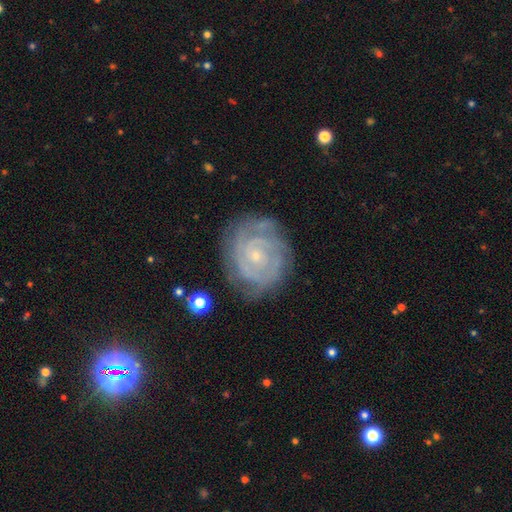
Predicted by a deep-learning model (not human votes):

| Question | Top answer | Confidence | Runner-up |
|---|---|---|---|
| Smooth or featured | featured or disk | 86% | smooth (8%) |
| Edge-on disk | no | 98% | yes (2%) |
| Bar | no | 72% | weak (22%) |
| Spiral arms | yes | 96% | no (4%) |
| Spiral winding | tight | 81% | medium (16%) |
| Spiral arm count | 2 | 30% | can't tell (27%) |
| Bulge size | small | 80% | moderate (16%) |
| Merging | none | 76% | minor disturbance (17%) |